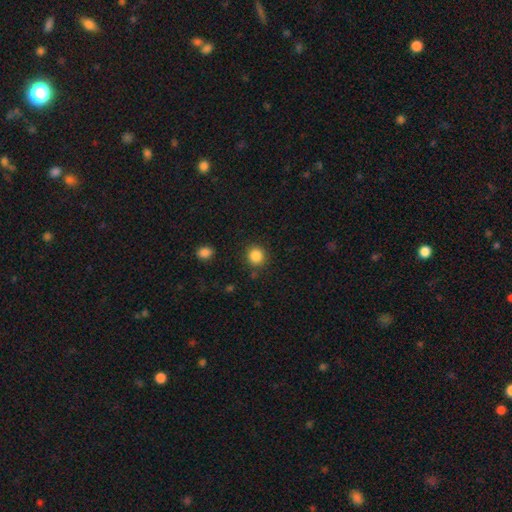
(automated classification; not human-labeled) Smooth or featured?
  - smooth: 86% *
  - star or artifact: 10%
  - featured or disk: 4%
How rounded?
  - round: 89% *
  - in between: 10%
  - cigar-shaped: 1%
Merging?
  - none: 86% *
  - minor disturbance: 8%
  - major disturbance: 3%
  - merger: 3%